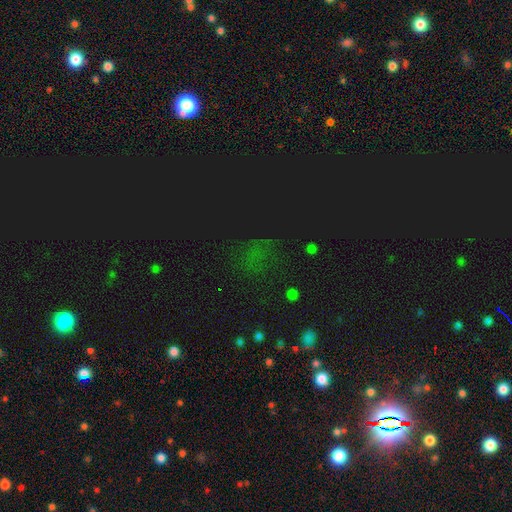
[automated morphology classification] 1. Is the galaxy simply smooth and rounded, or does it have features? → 66% star or artifact, 25% smooth, 9% featured or disk.